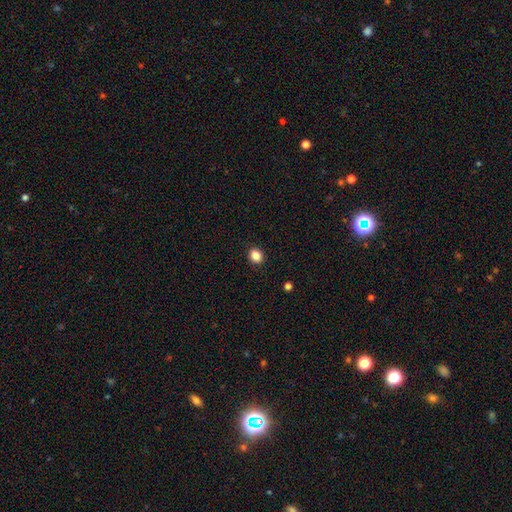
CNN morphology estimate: This appears to be a smooth galaxy with no disk features (86%) that is round (56%). Merging: none (90%).